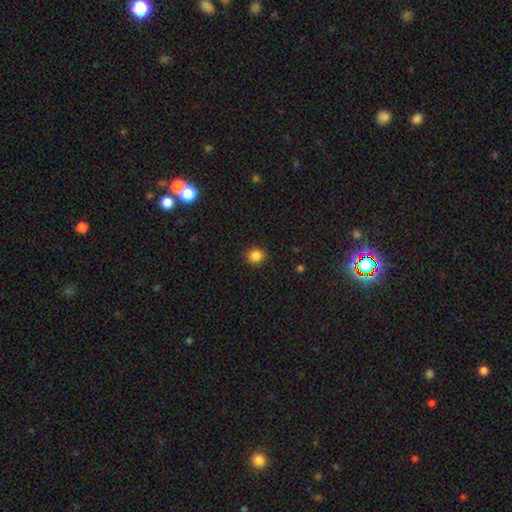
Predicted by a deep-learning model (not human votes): Q: Smooth or featured?
A: smooth (86%); runner-up: star or artifact (11%)
Q: How rounded?
A: round (84%); runner-up: in between (16%)
Q: Merging?
A: none (91%); runner-up: minor disturbance (6%)